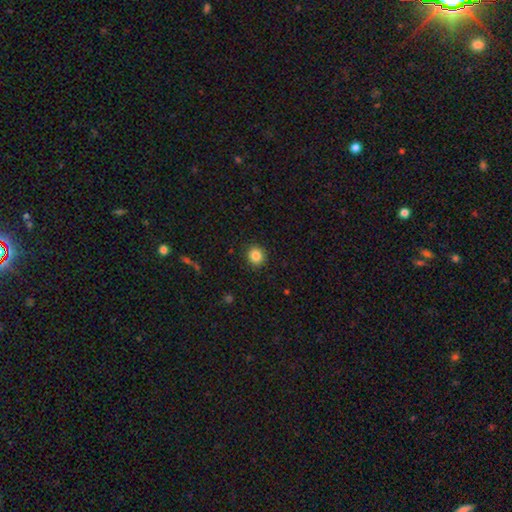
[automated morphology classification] Smooth or featured? smooth (85%)
How rounded? round (89%)
Merging? none (91%)